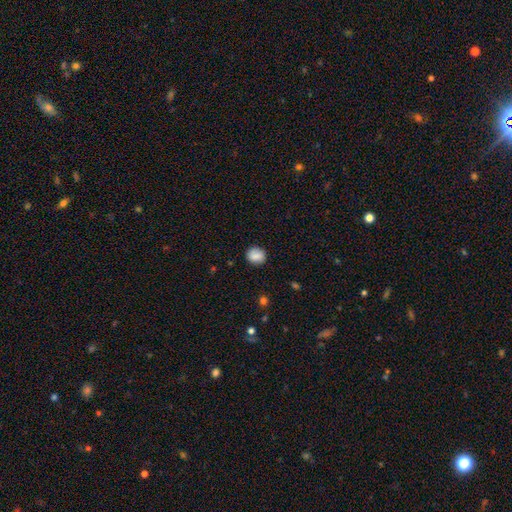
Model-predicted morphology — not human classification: smooth 87%, star or artifact 8%, featured or disk 5%. Down the decision tree: how rounded — round (69%); merging — none (87%).